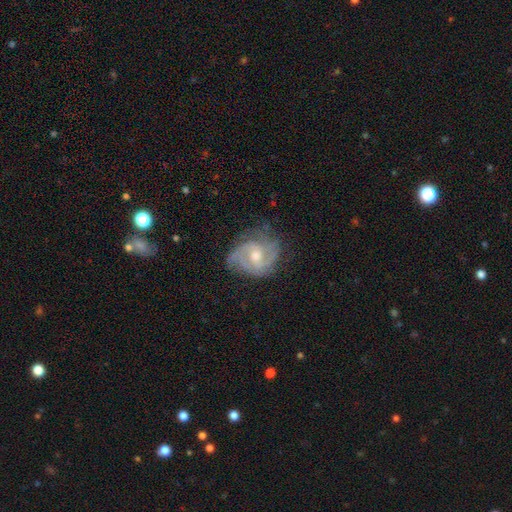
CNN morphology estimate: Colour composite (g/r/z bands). It shows a featured or disk galaxy (87%) with no bar (52%), 2 (40%) tight (46%) spiral arms (96%) and a moderate central bulge (67%). Merging: none (68%).